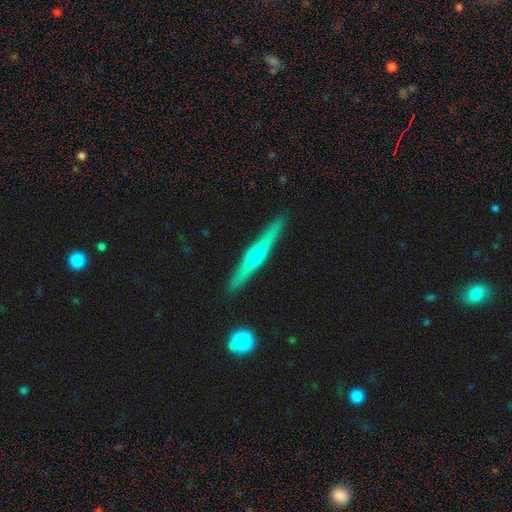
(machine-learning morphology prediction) smooth_or_featured: featured or disk (p=0.70) [alt: smooth p=0.25]
disk_edge_on: yes (p=0.97) [alt: no p=0.03]
edge_on_bulge: rounded (p=0.90) [alt: none p=0.07]
merging: none (p=0.92) [alt: minor disturbance p=0.06]